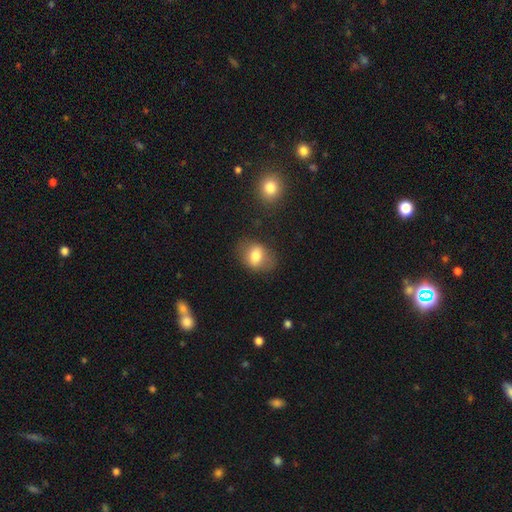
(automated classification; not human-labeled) Smooth or featured? smooth (72%)
How rounded? in between (69%)
Merging? none (75%)